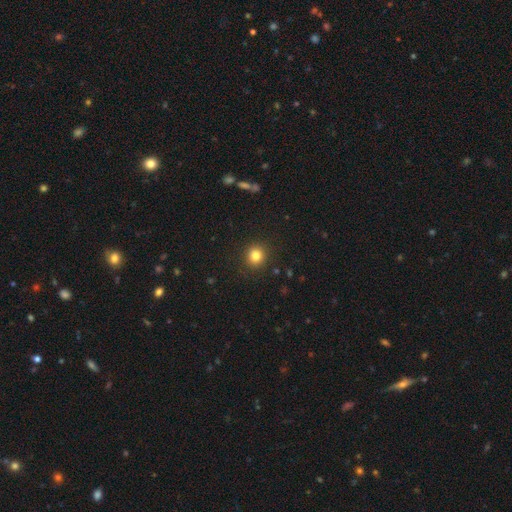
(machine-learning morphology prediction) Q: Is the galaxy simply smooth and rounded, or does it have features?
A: smooth — 82%.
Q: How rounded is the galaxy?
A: round — 89%.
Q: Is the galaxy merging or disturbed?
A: none — 90%.